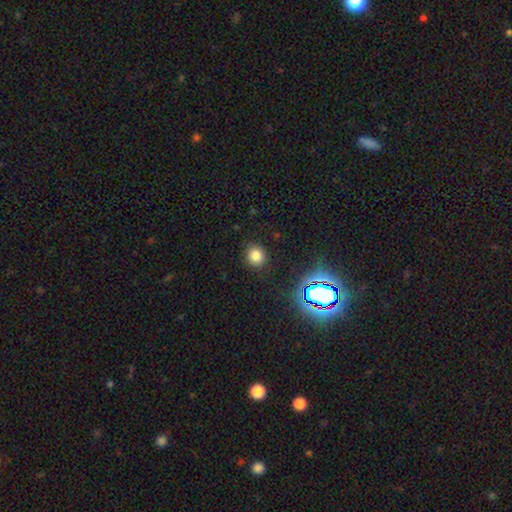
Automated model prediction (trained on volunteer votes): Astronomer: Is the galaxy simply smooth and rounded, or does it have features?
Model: smooth — 78%.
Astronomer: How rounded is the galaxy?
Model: round — 83%.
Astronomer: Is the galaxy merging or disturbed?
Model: none — 89%.